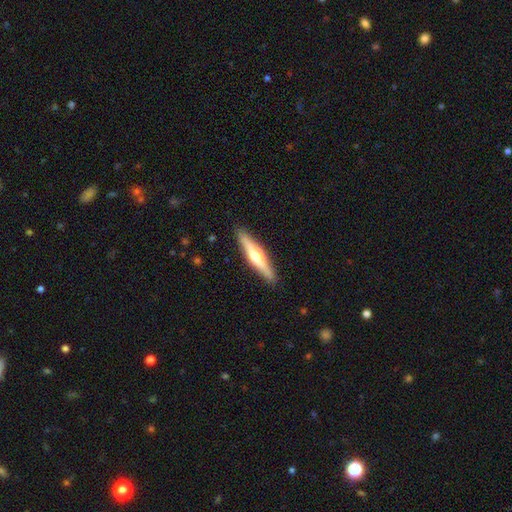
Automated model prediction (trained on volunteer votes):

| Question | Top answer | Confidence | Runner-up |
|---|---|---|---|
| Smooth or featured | featured or disk | 62% | smooth (33%) |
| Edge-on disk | yes | 96% | no (4%) |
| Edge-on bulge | rounded | 90% | none (5%) |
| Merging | none | 91% | minor disturbance (7%) |